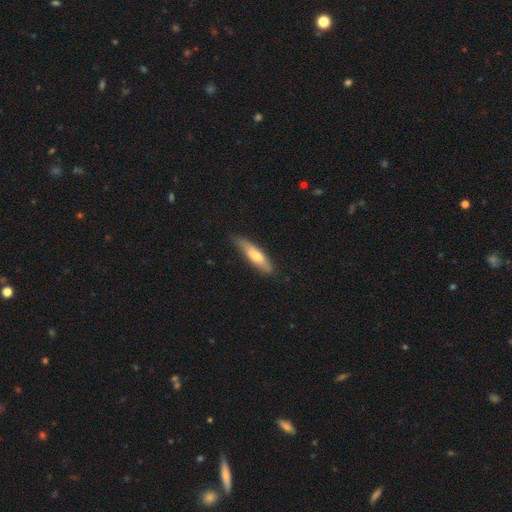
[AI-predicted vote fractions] Overall: smooth (60%; featured or disk 34%). How rounded: cigar-shaped (72%). Merging: none (74%).